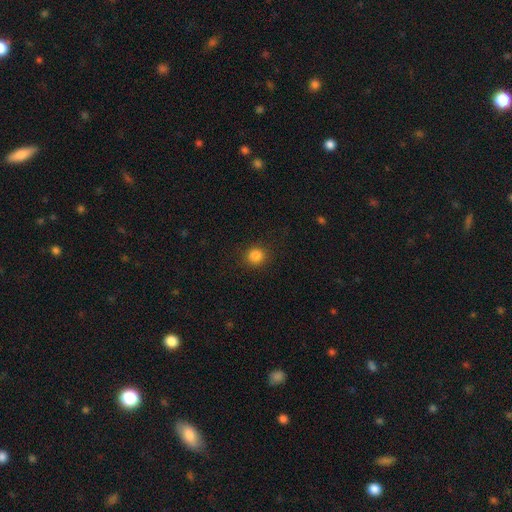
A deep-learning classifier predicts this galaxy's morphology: This appears to be a smooth galaxy with no disk features (85%) that is round (88%). Merging: none (89%).